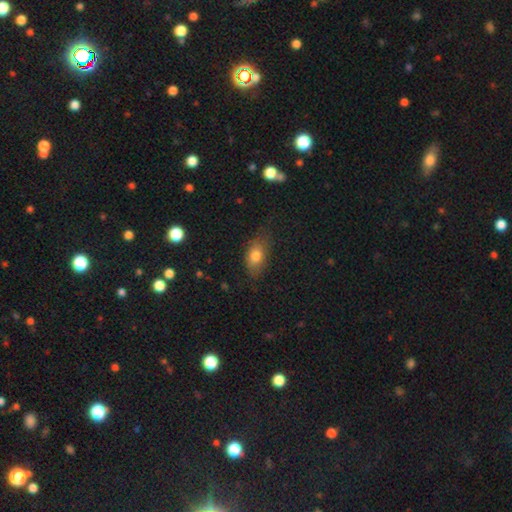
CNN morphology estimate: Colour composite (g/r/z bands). It shows a smooth galaxy with no disk features (78%) that is in between round and cigar-shaped (84%). Merging: none (68%).